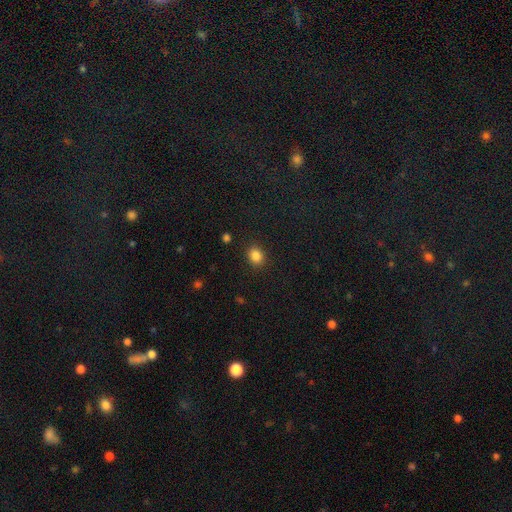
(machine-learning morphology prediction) This is clearly a smooth galaxy (85%). How rounded: likely round (63%). Merging: clearly none (89%).